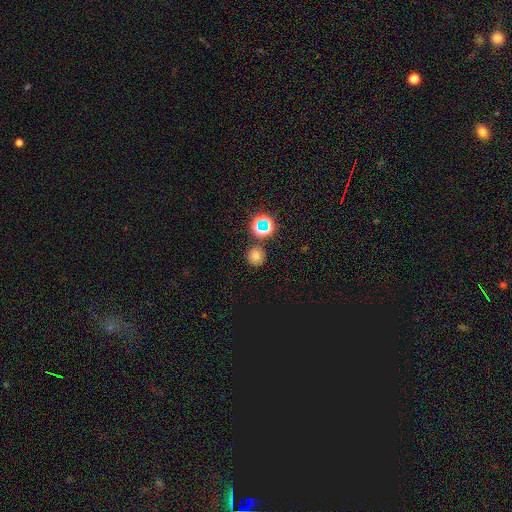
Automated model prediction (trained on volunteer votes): The model was most divided on "smooth or featured": smooth: 61%, star or artifact: 31%, featured or disk: 8%. More confident: how rounded — round (93%); merging — none (84%).